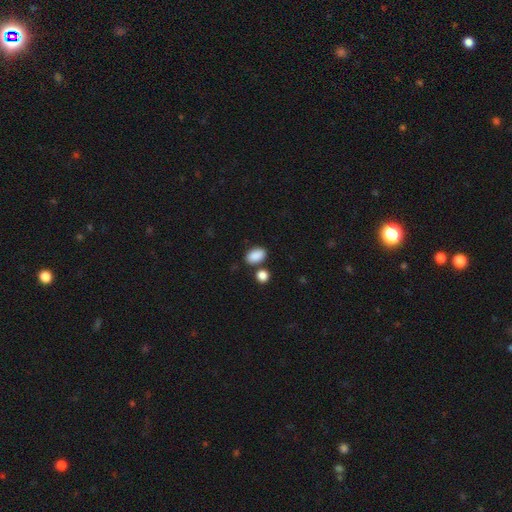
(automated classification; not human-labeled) Morphology: type=smooth (89%); roundness=in between (88%); merging=none (74%).